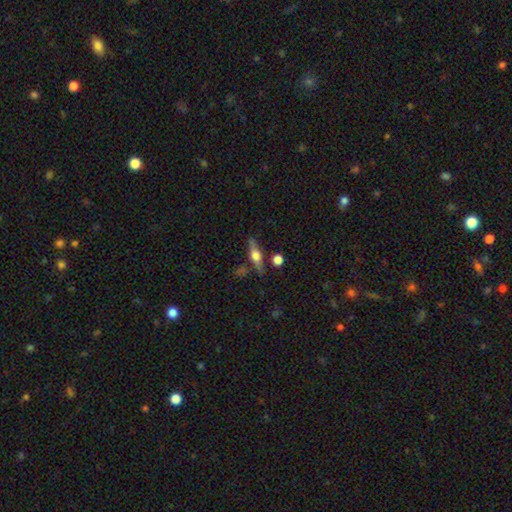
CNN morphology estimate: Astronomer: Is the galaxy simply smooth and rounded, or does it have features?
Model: featured or disk — 59%.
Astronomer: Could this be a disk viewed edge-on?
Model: yes — 93%.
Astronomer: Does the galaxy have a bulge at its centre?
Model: rounded — 93%.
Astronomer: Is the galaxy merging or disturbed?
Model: none — 76%.